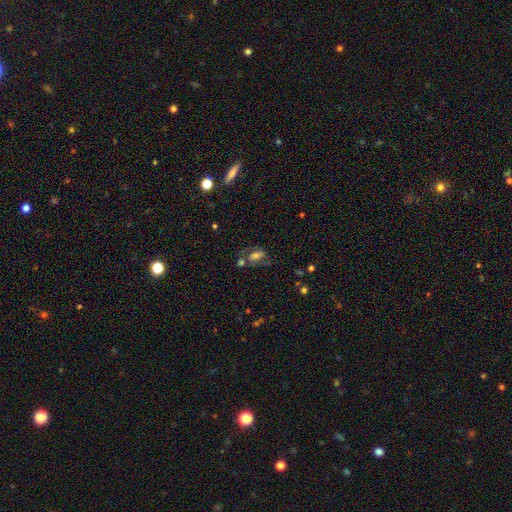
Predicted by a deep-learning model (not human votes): Smooth or featured? Predicted: smooth (p=0.44). Merging? Predicted: none (p=0.45).